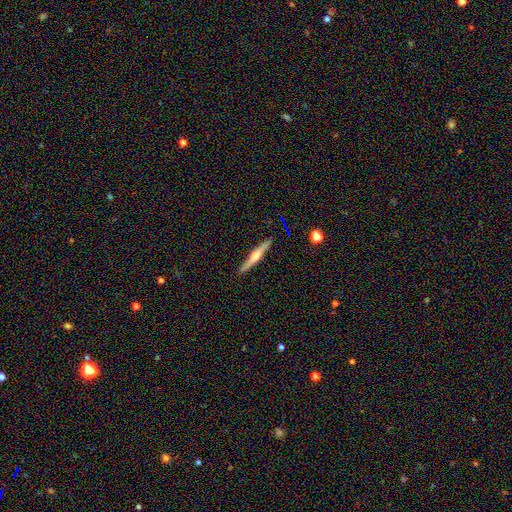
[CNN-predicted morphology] This is likely a featured or disk galaxy (66%). It is clearly viewed edge-on (97%). Edge-on bulge: clearly rounded (84%). Merging: clearly none (91%).